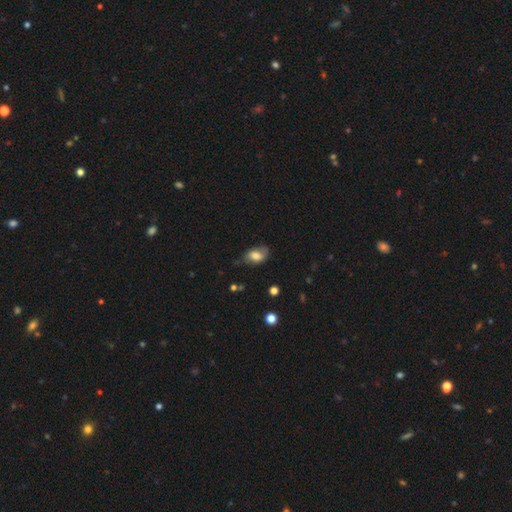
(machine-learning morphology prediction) Smooth or featured?
  - smooth: 64% *
  - featured or disk: 28%
  - star or artifact: 8%
How rounded?
  - in between: 86% *
  - round: 12%
  - cigar-shaped: 2%
Merging?
  - none: 60% *
  - minor disturbance: 29%
  - major disturbance: 9%
  - merger: 2%